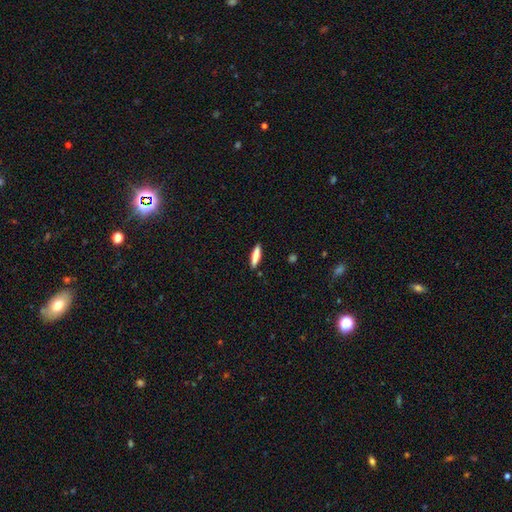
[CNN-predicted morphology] A smooth galaxy with no disk features (80%) that is cigar-shaped (75%). Merging: none (89%).